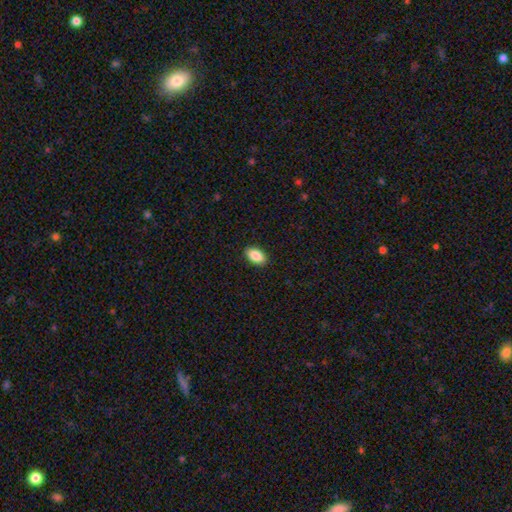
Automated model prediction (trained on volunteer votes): Smooth or featured?
  - smooth: 88% *
  - star or artifact: 7%
  - featured or disk: 5%
How rounded?
  - in between: 93% *
  - round: 5%
  - cigar-shaped: 2%
Merging?
  - none: 90% *
  - minor disturbance: 7%
  - major disturbance: 2%
  - merger: 1%